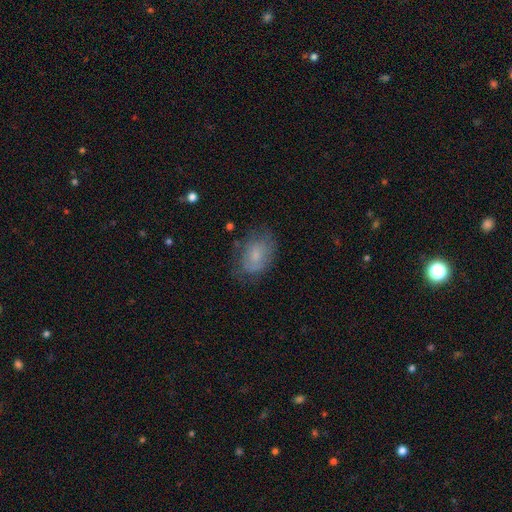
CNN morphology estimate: A smooth galaxy with no disk features (66%) that is in between round and cigar-shaped (82%).

Vote fractions:
- Smooth or featured? smooth: 66% / featured or disk: 25% / star or artifact: 9%
- How rounded? in between: 82% / round: 17% / cigar-shaped: 1%
- Merging? none: 62% / minor disturbance: 26% / major disturbance: 11% / merger: 2%